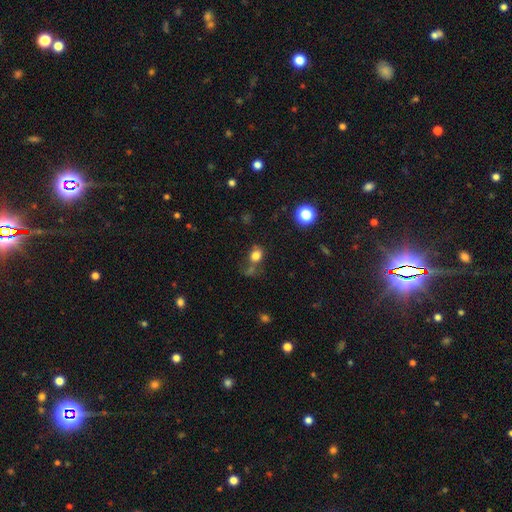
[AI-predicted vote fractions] smooth 78%, star or artifact 15%, featured or disk 8%. Down the decision tree: how rounded — round (56%); merging — none (55%).